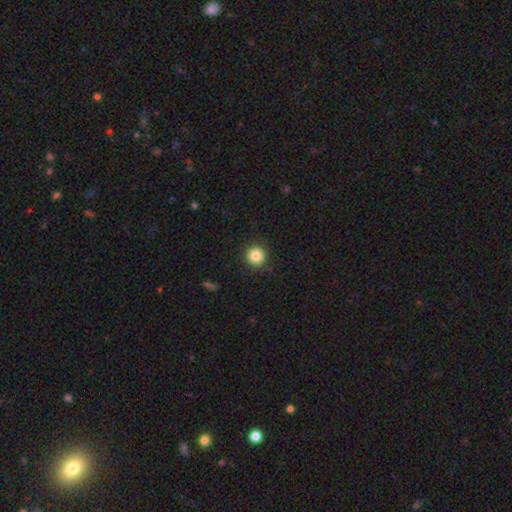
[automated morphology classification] Smooth or featured? smooth (84%)
How rounded? round (95%)
Merging? none (92%)